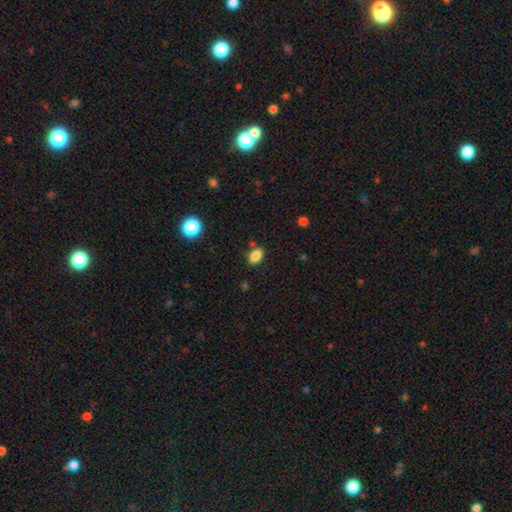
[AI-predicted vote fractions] smooth 86%, star or artifact 10%, featured or disk 4%. Down the decision tree: how rounded — in between (85%); merging — none (81%).